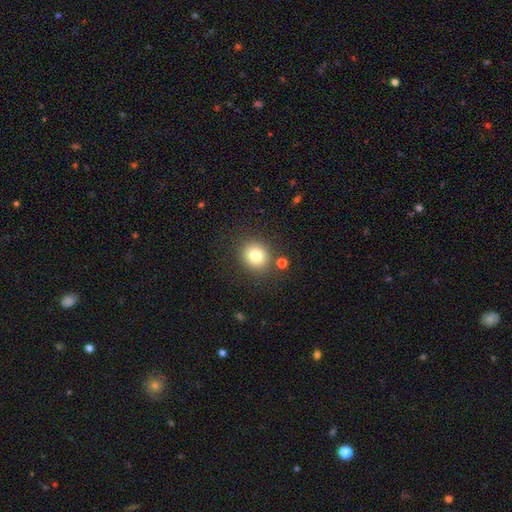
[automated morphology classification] The model was most divided on "how rounded": round: 80%, in between: 19%, cigar-shaped: 1%. More confident: merging — none (83%); smooth or featured — smooth (79%).